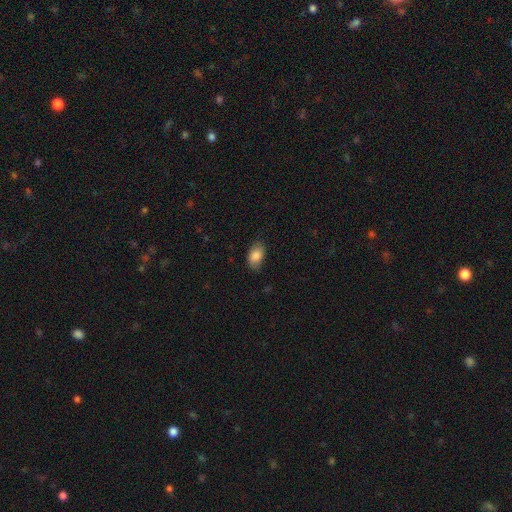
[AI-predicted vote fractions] Overall: smooth (85%). How rounded: in between (90%). Merging: none (77%).